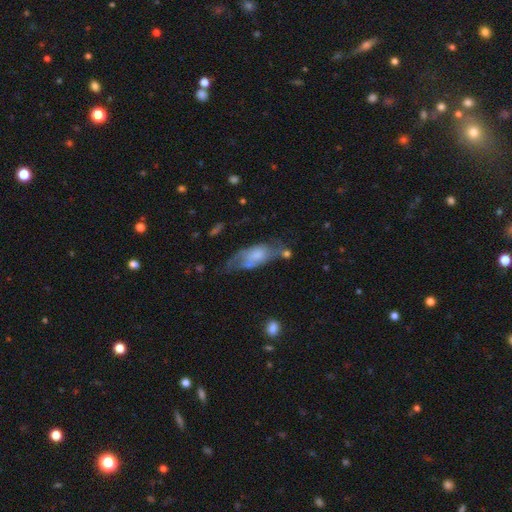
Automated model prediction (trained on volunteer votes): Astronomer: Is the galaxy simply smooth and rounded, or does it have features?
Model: featured or disk — 54% (runner-up: smooth, 39%).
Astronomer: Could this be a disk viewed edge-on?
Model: no — 83%.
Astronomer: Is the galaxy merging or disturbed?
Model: none — 37% (runner-up: minor disturbance, 28%).